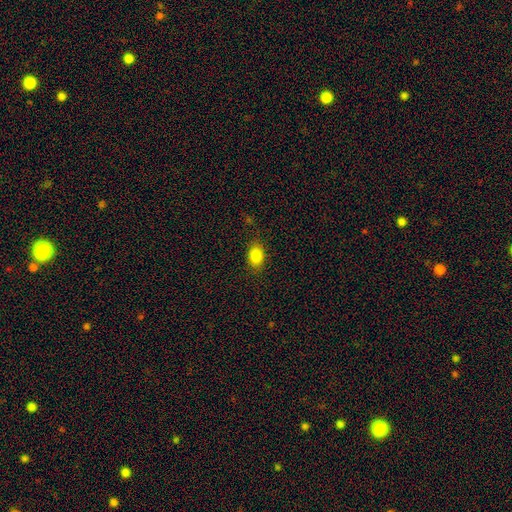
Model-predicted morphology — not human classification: Smooth or featured? Predicted: smooth (p=0.86). How rounded? Predicted: in between (p=0.79). Merging? Predicted: none (p=0.84).